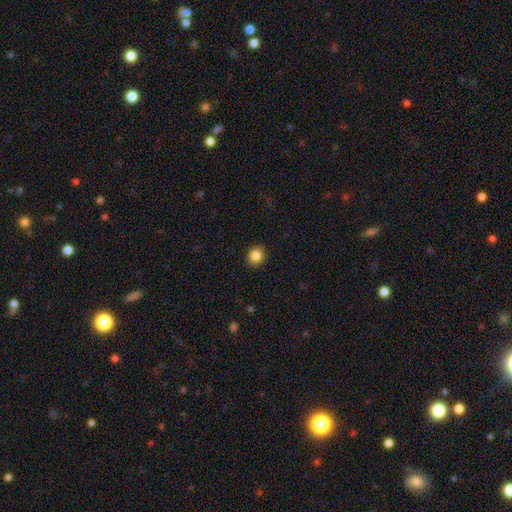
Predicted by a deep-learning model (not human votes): A smooth galaxy with no disk features (85%) that is round (77%). Merging: none (90%).